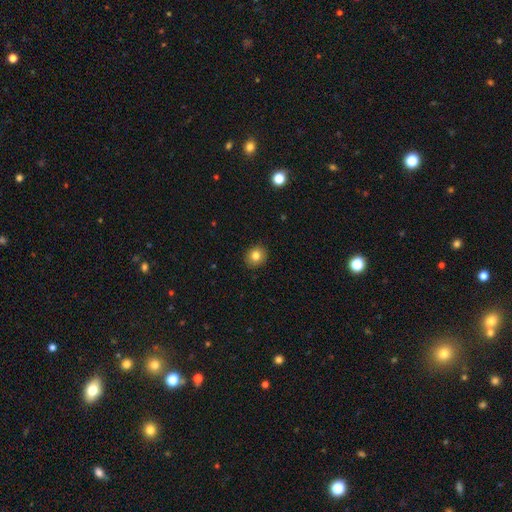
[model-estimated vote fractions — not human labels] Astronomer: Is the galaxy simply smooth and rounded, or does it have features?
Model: smooth — 82%.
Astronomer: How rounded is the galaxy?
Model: round — 80%.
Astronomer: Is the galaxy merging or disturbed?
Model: none — 91%.